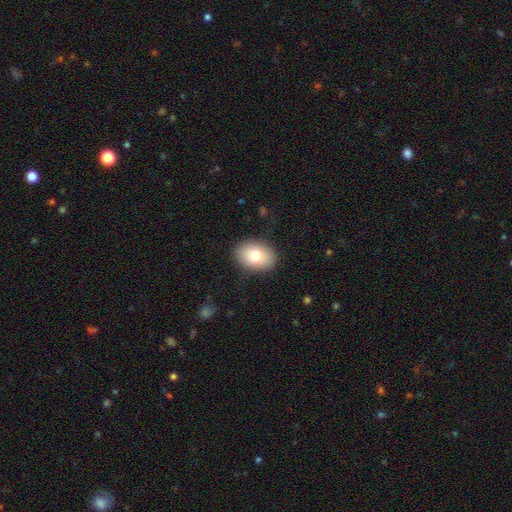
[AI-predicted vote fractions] This appears to be a smooth galaxy with no disk features (77%) that is in between round and cigar-shaped (77%). Merging: none (87%).